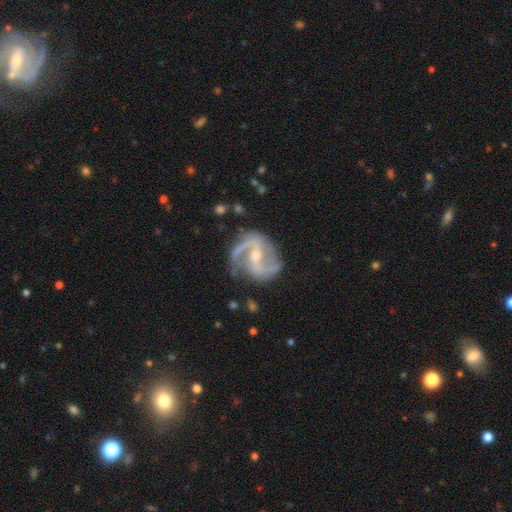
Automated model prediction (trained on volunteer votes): Overall: featured or disk (91%). Edge-on disk: no (98%). Bar: weak (42%; strong 35%). Spiral arms: yes (98%). Spiral arm count: 2 (90%). Spiral winding: medium (56%; loose 29%). Bulge size: small (54%; moderate 42%). Merging: none (74%).